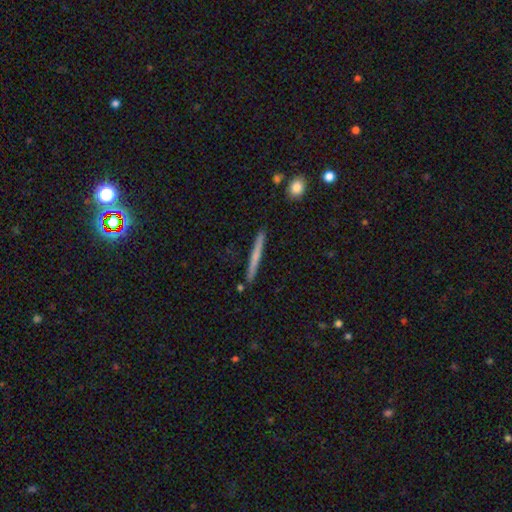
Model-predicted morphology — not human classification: type=smooth (57%); roundness=cigar-shaped (97%); merging=none (90%).